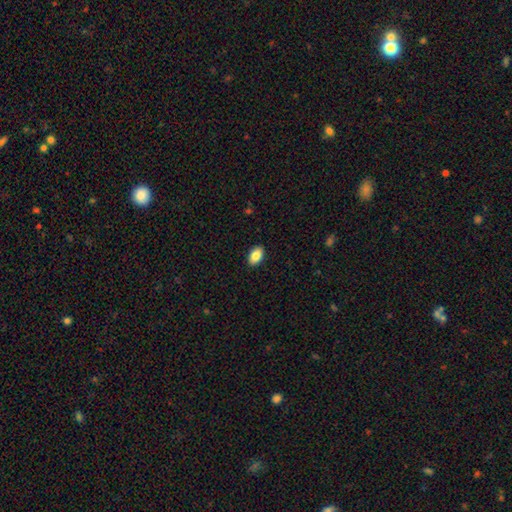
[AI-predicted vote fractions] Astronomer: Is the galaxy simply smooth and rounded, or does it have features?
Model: smooth — 85%.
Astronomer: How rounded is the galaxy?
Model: in between — 92%.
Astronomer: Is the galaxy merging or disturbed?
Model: none — 90%.